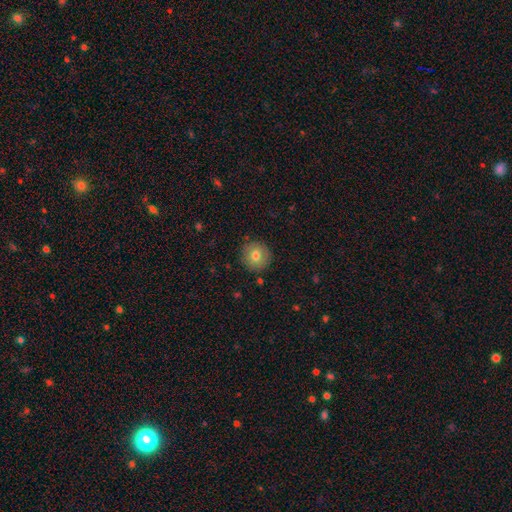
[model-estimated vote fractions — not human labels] The model was most divided on "smooth or featured": smooth: 76%, featured or disk: 14%, star or artifact: 9%. More confident: how rounded — round (94%); merging — none (89%).